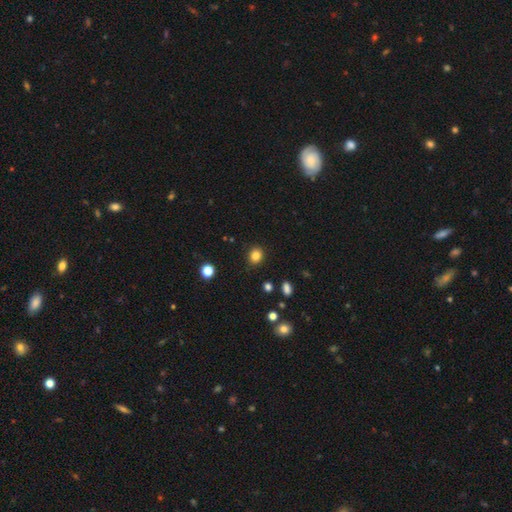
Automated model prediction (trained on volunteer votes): smooth 83%, star or artifact 12%, featured or disk 5%. Down the decision tree: how rounded — round (75%); merging — none (89%).